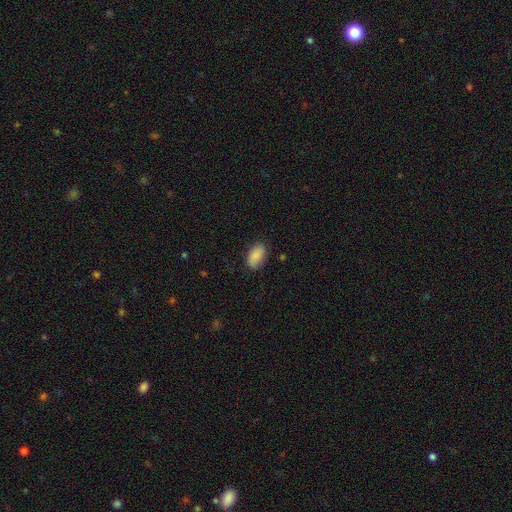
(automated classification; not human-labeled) Smooth or featured?
  - smooth: 87% *
  - star or artifact: 7%
  - featured or disk: 6%
How rounded?
  - in between: 93% *
  - round: 5%
  - cigar-shaped: 2%
Merging?
  - none: 80% *
  - minor disturbance: 15%
  - major disturbance: 3%
  - merger: 1%